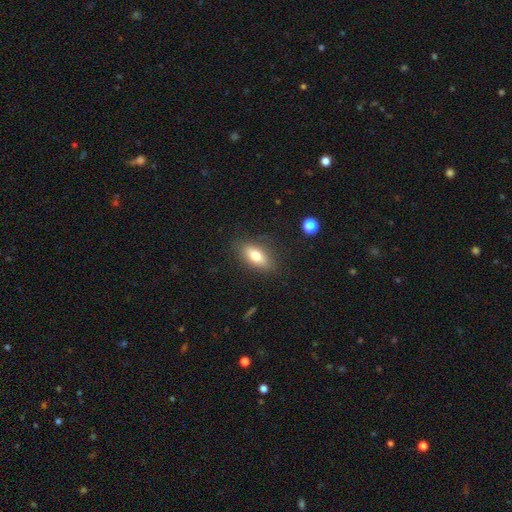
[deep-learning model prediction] Smooth or featured?
  - smooth: 74% *
  - featured or disk: 18%
  - star or artifact: 8%
How rounded?
  - in between: 81% *
  - cigar-shaped: 15%
  - round: 5%
Merging?
  - none: 83% *
  - minor disturbance: 13%
  - major disturbance: 3%
  - merger: 1%